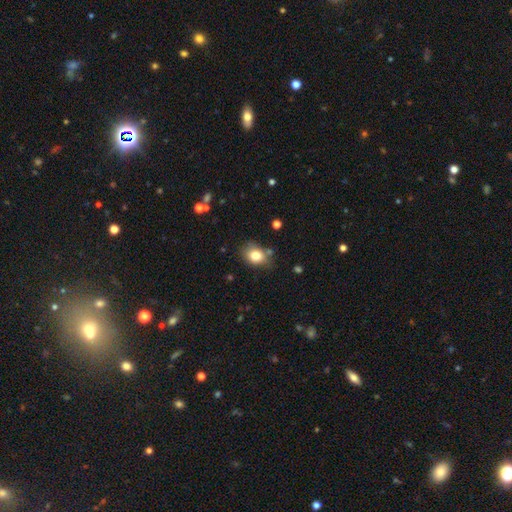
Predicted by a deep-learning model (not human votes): smooth 80%, featured or disk 10%, star or artifact 10%. Down the decision tree: how rounded — in between (57%); merging — none (72%).